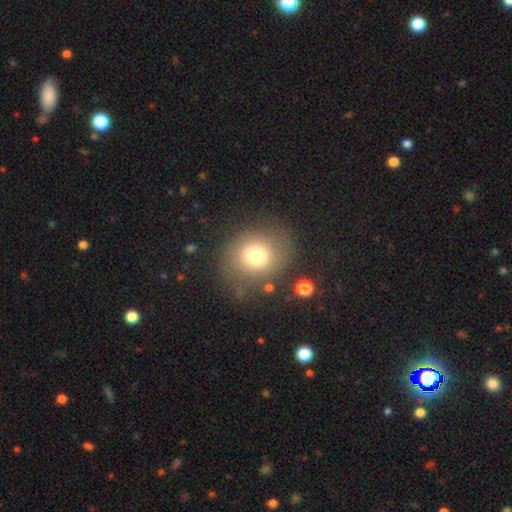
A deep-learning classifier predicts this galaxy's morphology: This appears to be a smooth galaxy with no disk features (73%) that is round (72%). Merging: none (74%).